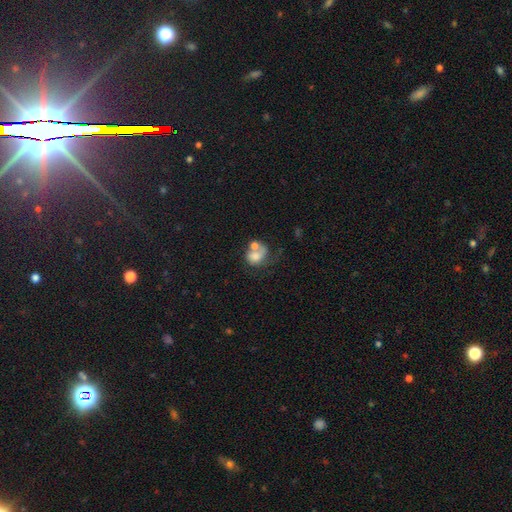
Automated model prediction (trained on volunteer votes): smooth_or_featured: smooth (p=0.60) [alt: featured or disk p=0.30]
how_rounded: round (p=0.50) [alt: in between p=0.49]
merging: merger (p=0.45) [alt: none p=0.21]